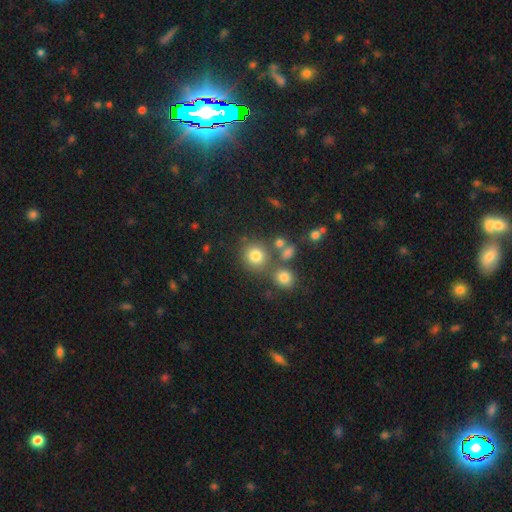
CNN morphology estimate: smooth-or-featured: smooth: 77% | star or artifact: 15% | featured or disk: 8%
  how-rounded: round: 88% | in between: 11% | cigar-shaped: 1%
  merging: none: 70% | merger: 16% | minor disturbance: 10% | major disturbance: 5%